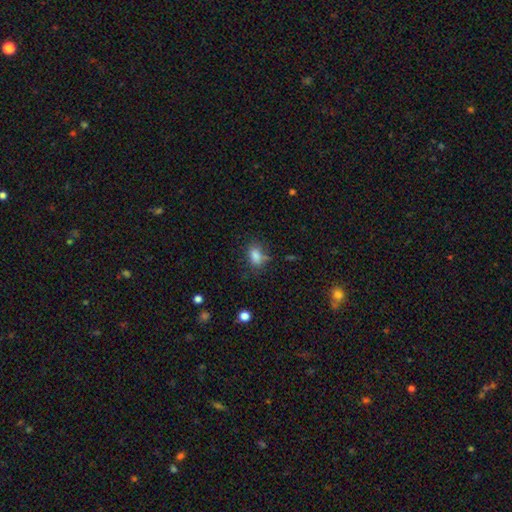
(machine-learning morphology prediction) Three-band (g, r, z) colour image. It shows a smooth galaxy with no disk features (80%) that is in between round and cigar-shaped (79%). Merging: none (59%).